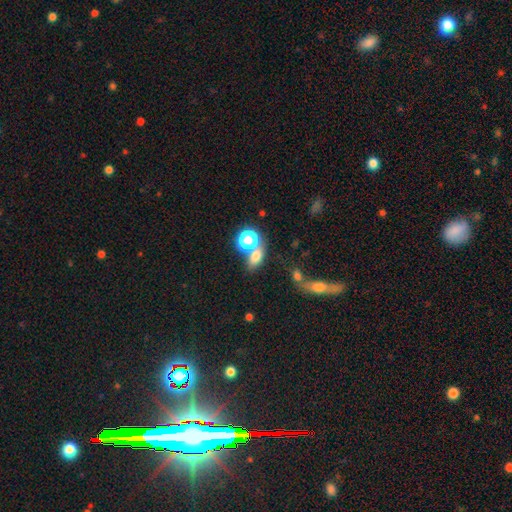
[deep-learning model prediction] smooth-or-featured: smooth: 71% | star or artifact: 18% | featured or disk: 11%
  how-rounded: in between: 69% | round: 26% | cigar-shaped: 4%
  merging: none: 50% | merger: 34% | minor disturbance: 11% | major disturbance: 6%